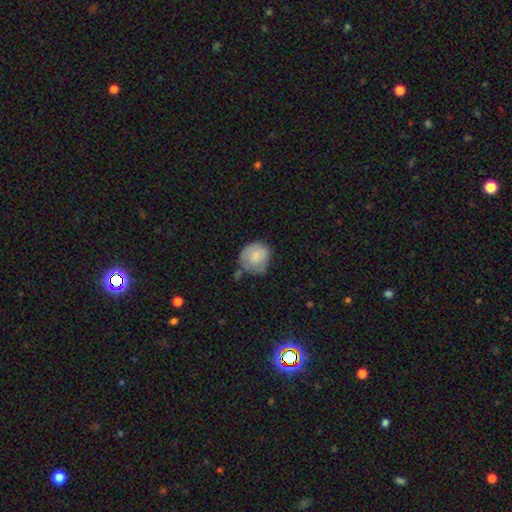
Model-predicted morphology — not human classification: smooth-or-featured: smooth: 74% | featured or disk: 19% | star or artifact: 7%
  how-rounded: round: 80% | in between: 19% | cigar-shaped: 1%
  merging: none: 43% | minor disturbance: 34% | major disturbance: 14% | merger: 8%